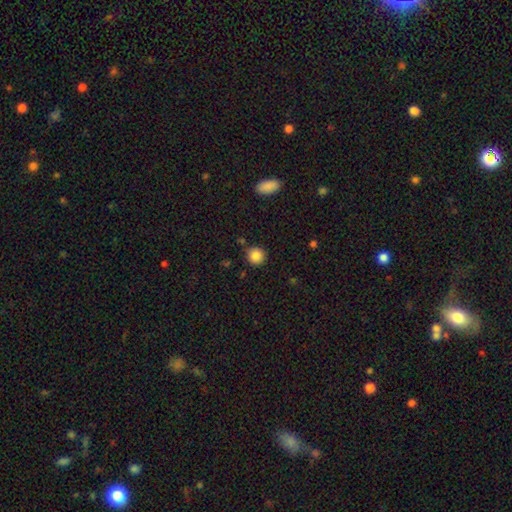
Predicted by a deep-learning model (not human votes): smooth 86%, star or artifact 10%, featured or disk 4%. Down the decision tree: how rounded — round (93%); merging — none (86%).